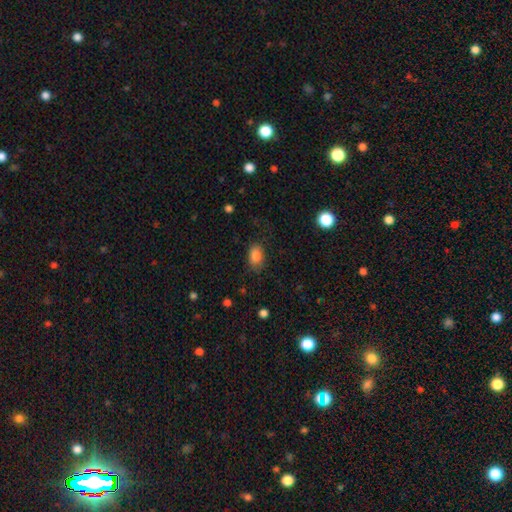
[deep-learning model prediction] The model was most divided on "merging": none: 75%, minor disturbance: 18%, major disturbance: 5%, merger: 1%. More confident: how rounded — in between (87%); smooth or featured — smooth (86%).